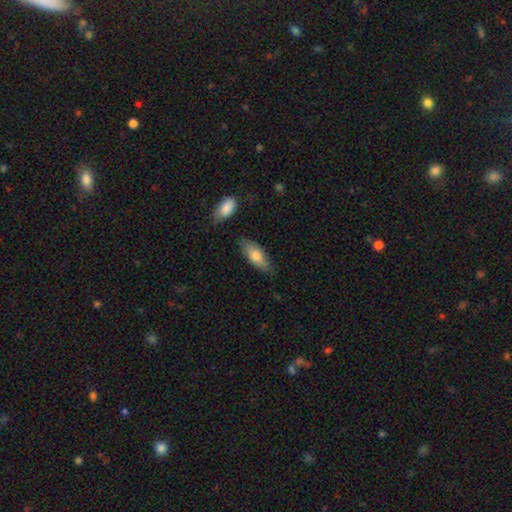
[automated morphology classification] Smooth or featured: smooth — 75% (featured or disk — 19%)
How rounded: in between — 79% (cigar-shaped — 19%)
Merging: none — 76% (minor disturbance — 18%)